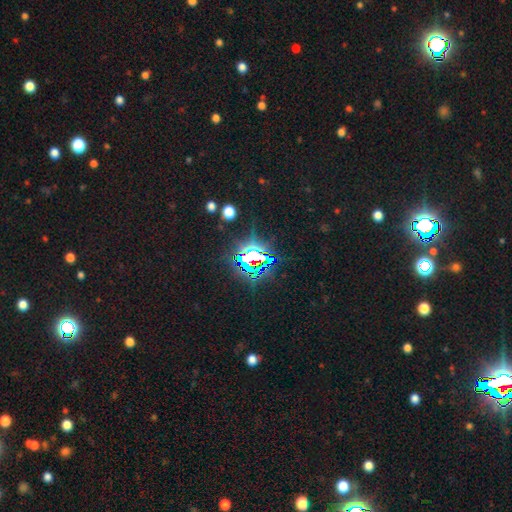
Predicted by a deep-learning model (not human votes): Smooth or featured: star or artifact — 79% (smooth — 11%)